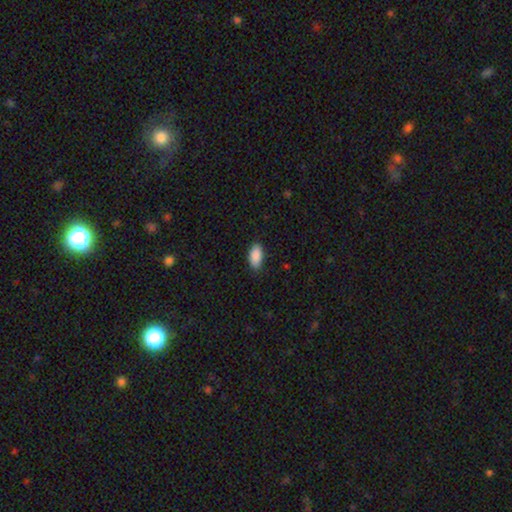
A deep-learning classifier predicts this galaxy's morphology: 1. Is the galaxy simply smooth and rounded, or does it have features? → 89% smooth, 7% star or artifact, 4% featured or disk.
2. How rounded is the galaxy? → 93% in between, 5% cigar-shaped, 2% round.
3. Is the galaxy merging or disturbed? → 84% none, 12% minor disturbance, 2% major disturbance, 1% merger.